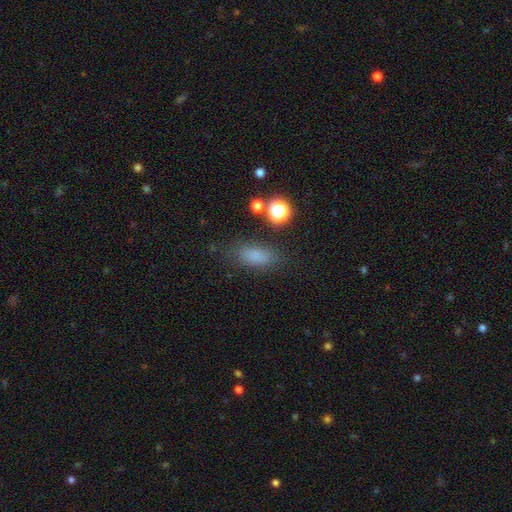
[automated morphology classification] A smooth galaxy with no disk features (79%) that is in between round and cigar-shaped (77%). Merging: none (77%).